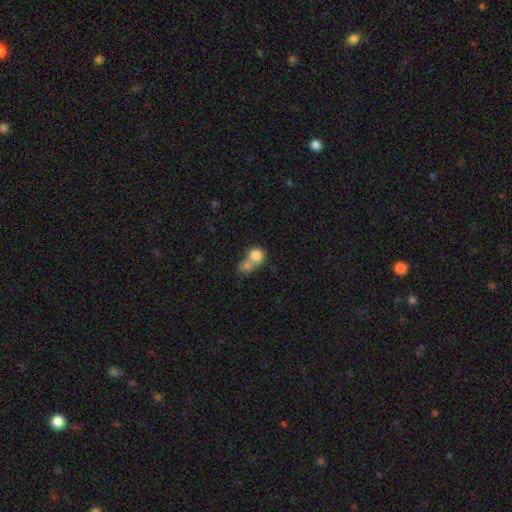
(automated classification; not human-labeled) A smooth galaxy with no disk features (78%) that is round (76%). Merging: merger (64%).